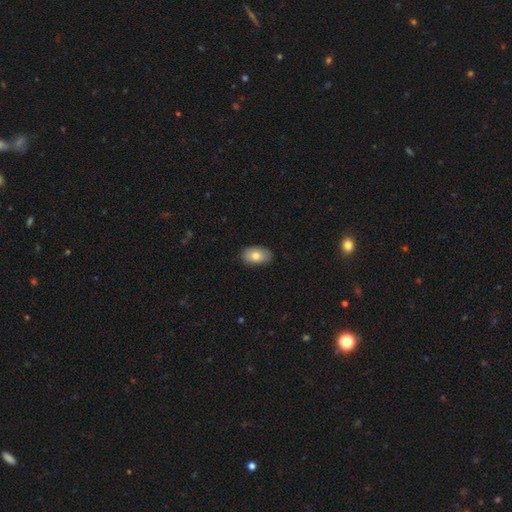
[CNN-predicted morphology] This is likely a smooth galaxy (78%). How rounded: clearly in between (92%). Merging: clearly none (86%).